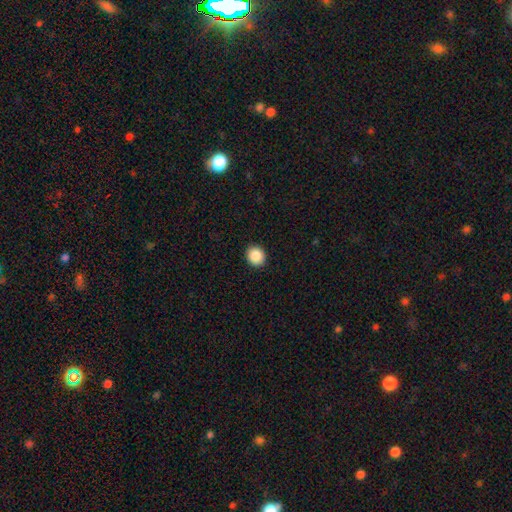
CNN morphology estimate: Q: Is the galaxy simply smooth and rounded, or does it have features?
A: smooth — 88%.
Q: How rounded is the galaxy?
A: round — 84%.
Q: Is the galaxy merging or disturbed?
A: none — 92%.